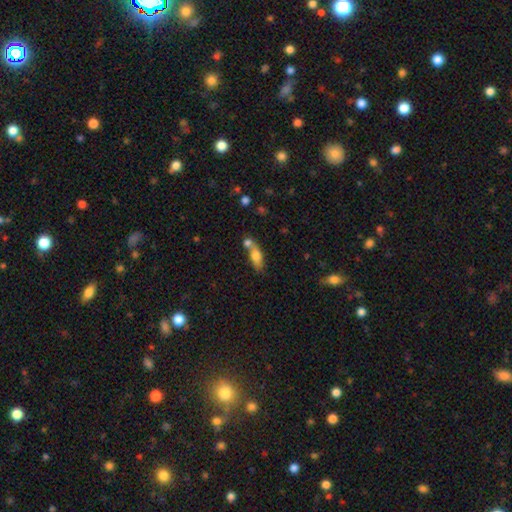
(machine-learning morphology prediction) This appears to be a smooth galaxy with no disk features (72%) that is in between round and cigar-shaped (68%). Merging: merger (48%).